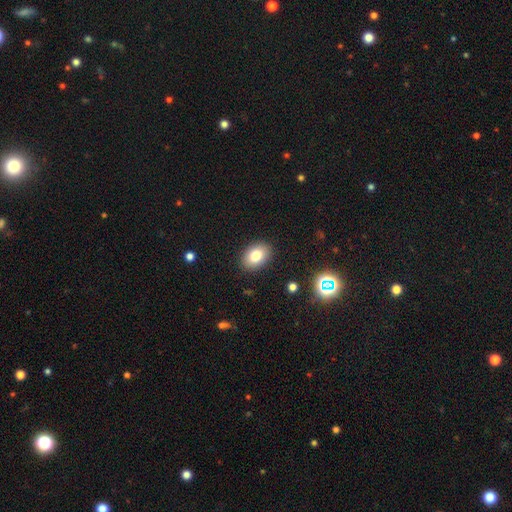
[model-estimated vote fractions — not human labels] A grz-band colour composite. It shows a smooth galaxy with no disk features (80%) that is in between round and cigar-shaped (80%). Merging: none (89%).